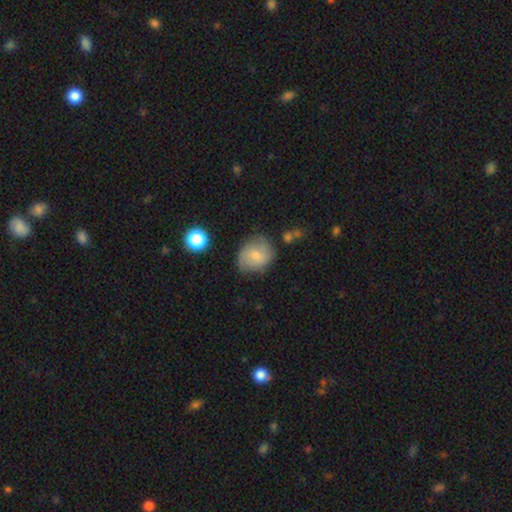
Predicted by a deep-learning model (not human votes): smooth 64%, featured or disk 27%, star or artifact 9%. Down the decision tree: how rounded — round (63%); merging — none (63%).